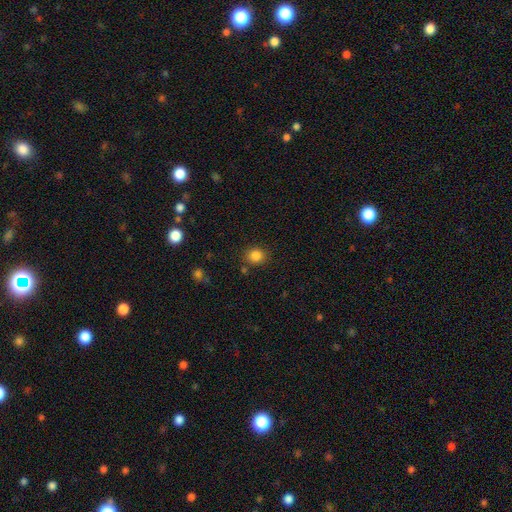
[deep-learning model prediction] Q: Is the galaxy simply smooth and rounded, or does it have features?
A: smooth — 84%.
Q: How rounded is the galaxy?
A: round — 77%.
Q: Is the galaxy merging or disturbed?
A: none — 83%.